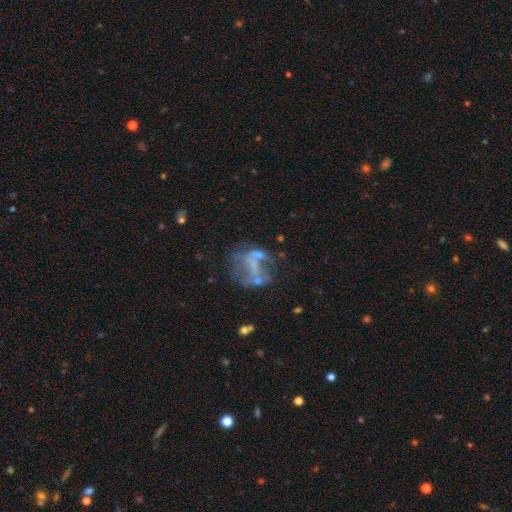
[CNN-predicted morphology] A star or artifact, not a galaxy (57%).

Vote fractions:
- Smooth or featured? star or artifact: 57% / smooth: 26% / featured or disk: 18%